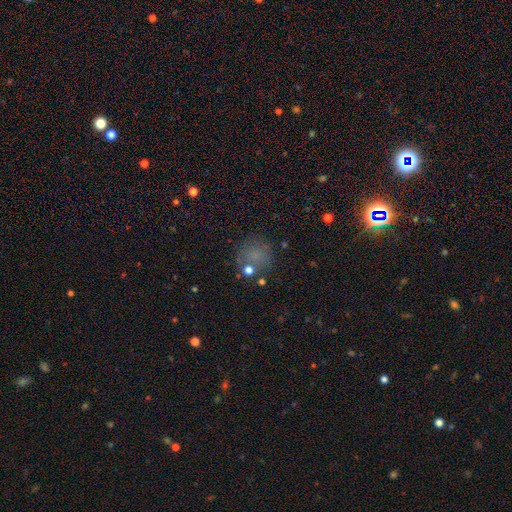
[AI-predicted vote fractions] A smooth galaxy with no disk features (65%) that is round (89%). Merging: none (71%).